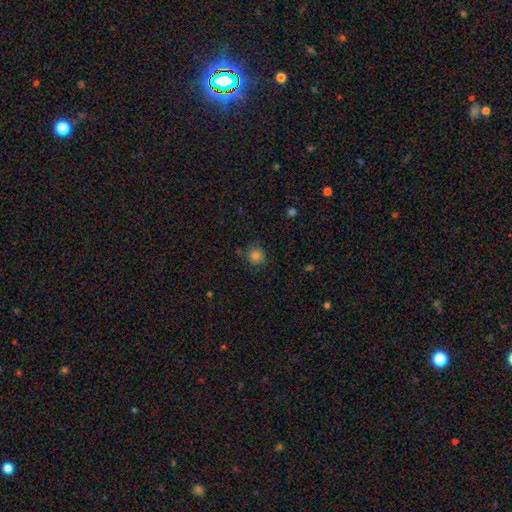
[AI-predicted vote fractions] Smooth or featured? smooth (83%)
How rounded? round (86%)
Merging? none (77%)